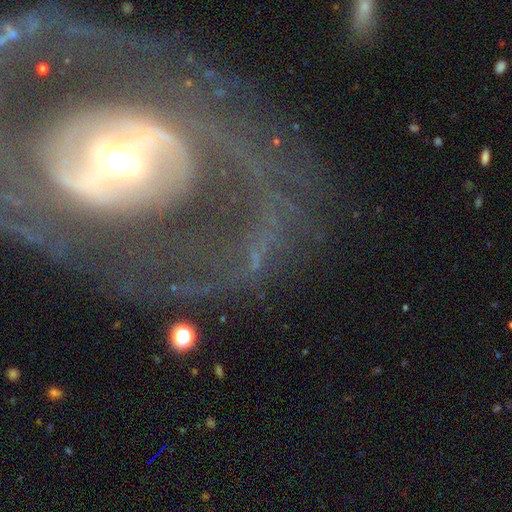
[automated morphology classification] Smooth or featured? featured or disk (82%)
Edge-on disk? no (94%)
Bar? strong (45%)
Spiral arms? yes (71%)
Spiral winding? medium (37%, tied with tight)
Spiral arm count? 2 (53%)
Bulge size? moderate (56%)
Merging? none (62%)